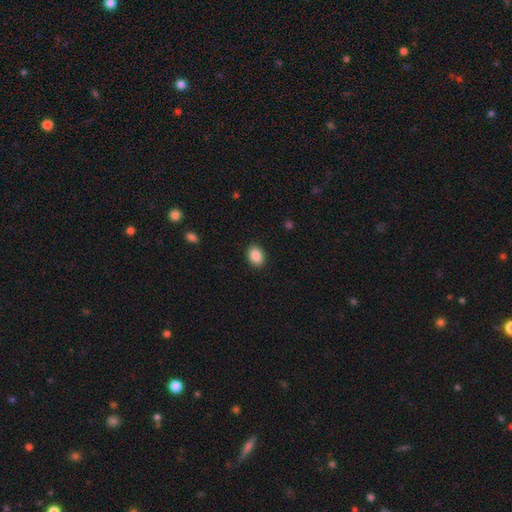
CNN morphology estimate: Overall: smooth (89%). How rounded: in between (73%). Merging: none (89%).